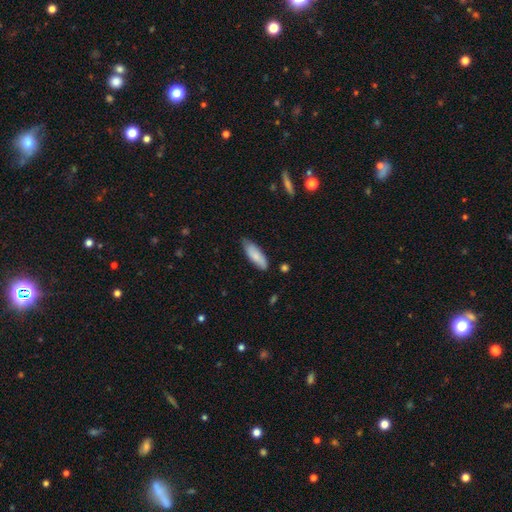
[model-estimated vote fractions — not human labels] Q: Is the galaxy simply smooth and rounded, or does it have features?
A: smooth — 80%.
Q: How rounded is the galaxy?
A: in between — 58%.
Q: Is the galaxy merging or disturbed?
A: none — 76%.